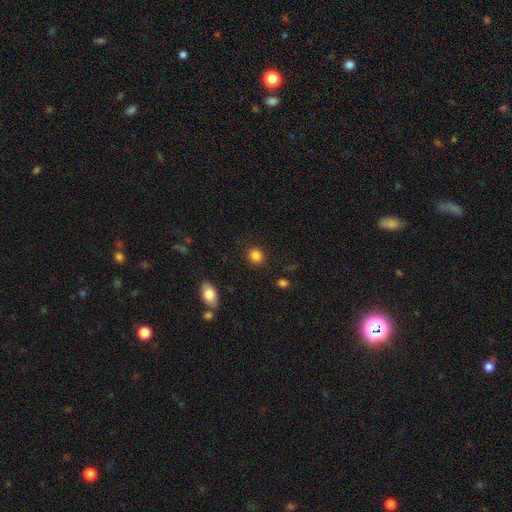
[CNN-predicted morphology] This appears to be a smooth galaxy with no disk features (86%) that is round (73%). Merging: none (88%).